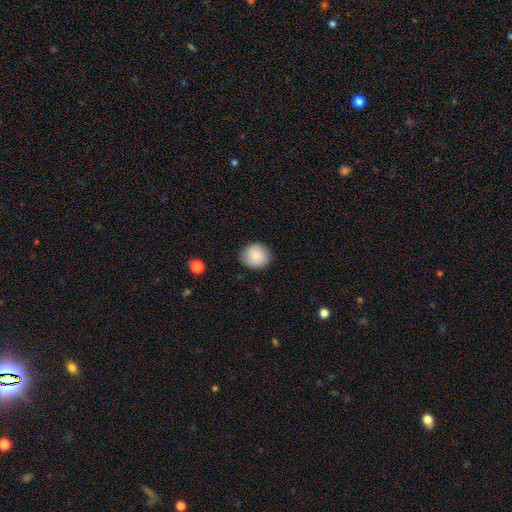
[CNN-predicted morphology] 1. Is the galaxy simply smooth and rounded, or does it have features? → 82% smooth, 11% featured or disk, 7% star or artifact.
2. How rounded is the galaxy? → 83% round, 16% in between, 1% cigar-shaped.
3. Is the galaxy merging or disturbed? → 86% none, 11% minor disturbance, 2% major disturbance, 1% merger.